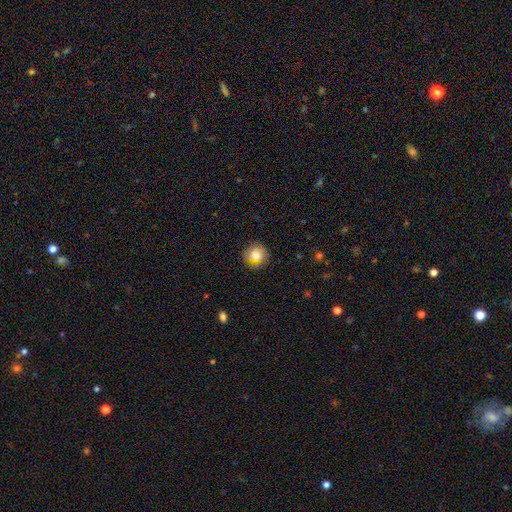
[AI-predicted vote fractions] This appears to be a smooth galaxy with no disk features (80%) that is round (89%). Merging: none (80%).